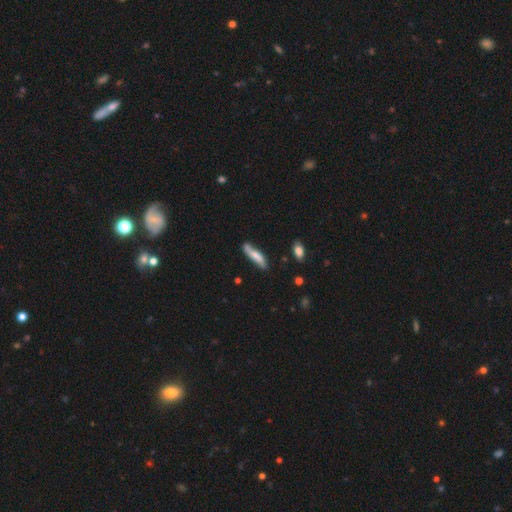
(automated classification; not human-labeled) A smooth galaxy with no disk features (62%) that is cigar-shaped (79%). Merging: none (65%).